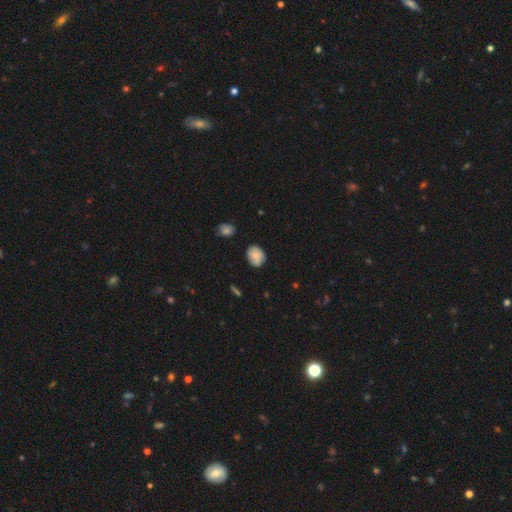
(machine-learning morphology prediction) Q: Smooth or featured?
A: smooth (71%); runner-up: featured or disk (20%)
Q: How rounded?
A: in between (64%); runner-up: round (35%)
Q: Merging?
A: none (72%); runner-up: minor disturbance (22%)